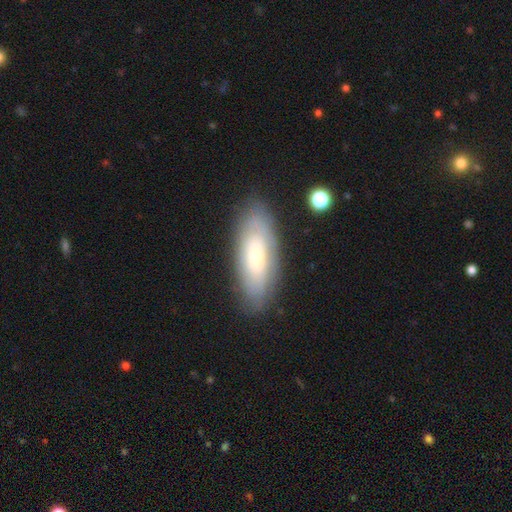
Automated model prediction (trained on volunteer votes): Morphology: type=smooth (57%); roundness=in between (75%); merging=none (81%).